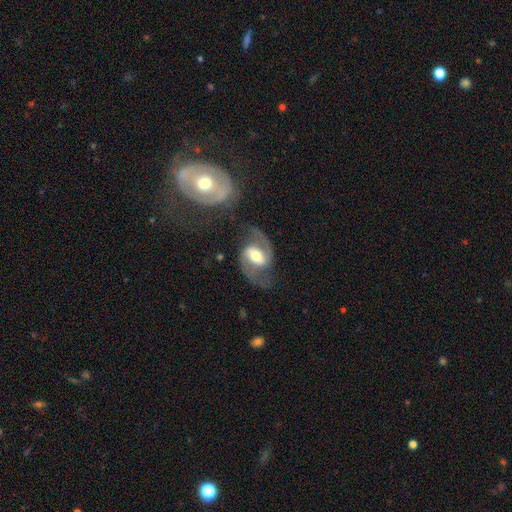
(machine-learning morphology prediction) featured or disk 86%, smooth 9%, star or artifact 5%. Down the decision tree: edge-on disk — no (97%); bar — weak (43%); spiral arms — yes (96%); spiral arm count — 2 (93%); spiral winding — medium (55%); bulge size — moderate (64%); merging — none (70%).